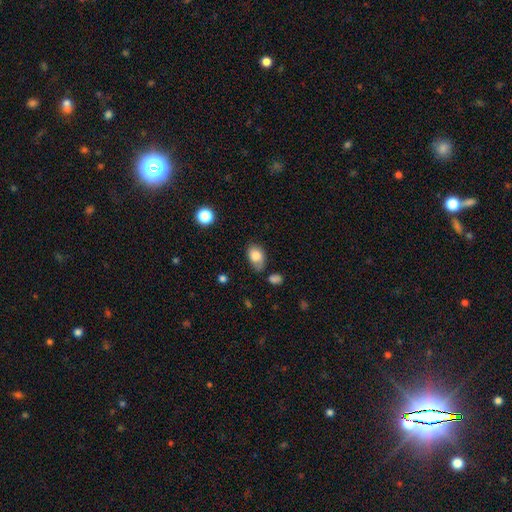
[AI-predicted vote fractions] Q: Smooth or featured?
A: smooth (82%); runner-up: featured or disk (10%)
Q: How rounded?
A: in between (83%); runner-up: round (15%)
Q: Merging?
A: none (54%); runner-up: minor disturbance (32%)